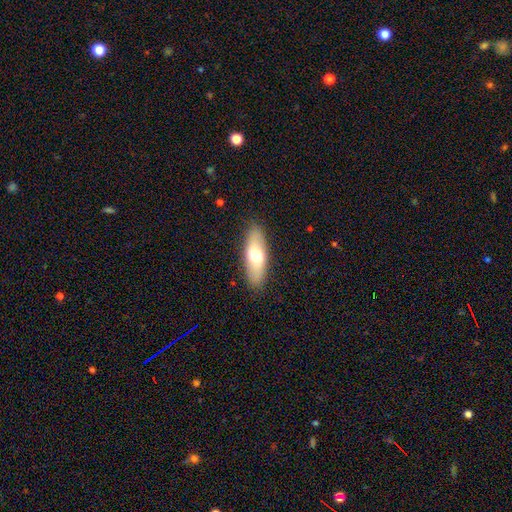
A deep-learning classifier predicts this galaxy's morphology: smooth-or-featured: smooth: 64% | featured or disk: 30% | star or artifact: 6%
  how-rounded: in between: 66% | cigar-shaped: 31% | round: 3%
  merging: none: 88% | minor disturbance: 9% | major disturbance: 2% | merger: 1%